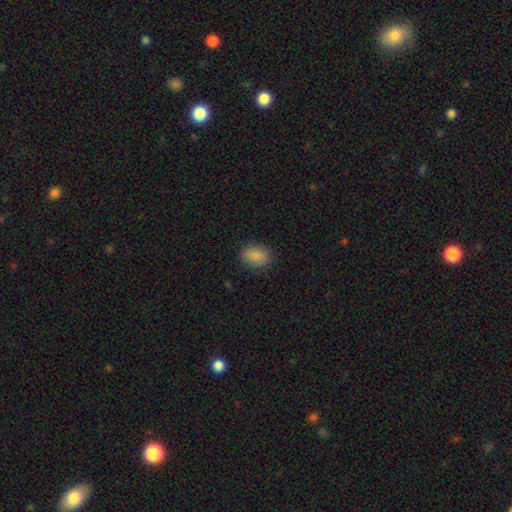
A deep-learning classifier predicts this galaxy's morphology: Q: Smooth or featured?
A: smooth (87%); runner-up: star or artifact (9%)
Q: How rounded?
A: in between (79%); runner-up: round (19%)
Q: Merging?
A: none (86%); runner-up: minor disturbance (10%)